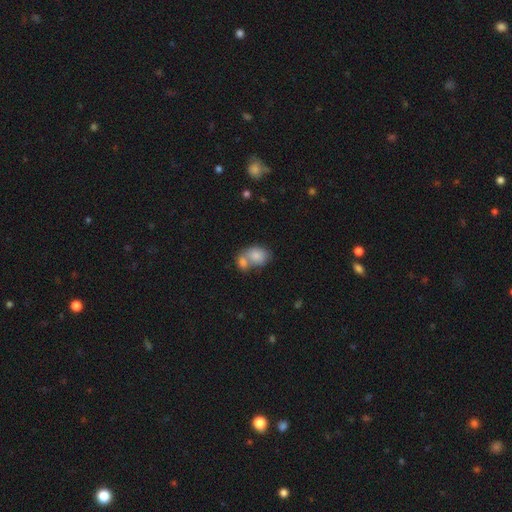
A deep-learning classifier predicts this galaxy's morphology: Overall: smooth (81%). How rounded: in between (68%; round 30%). Merging: merger (62%; none 25%).